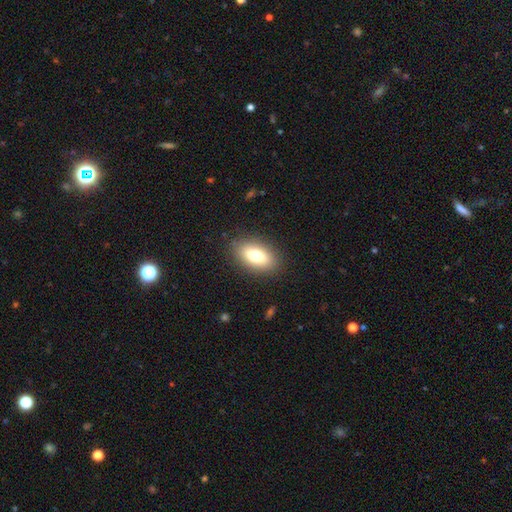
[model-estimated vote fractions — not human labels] smooth_or_featured: smooth (p=0.76) [alt: featured or disk p=0.16]
how_rounded: in between (p=0.89) [alt: round p=0.07]
merging: none (p=0.86) [alt: minor disturbance p=0.10]